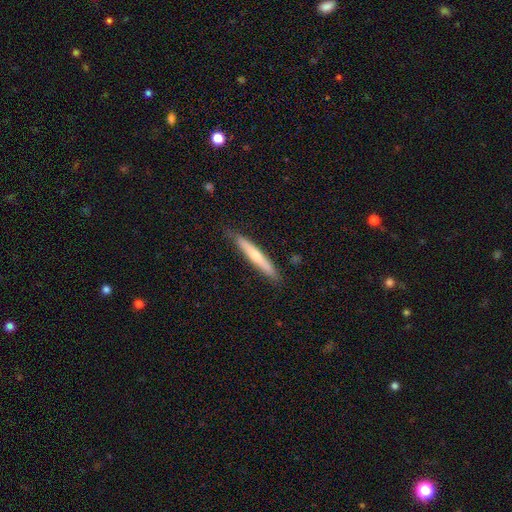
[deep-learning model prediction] The model was most divided on "smooth or featured": smooth: 52%, featured or disk: 42%, star or artifact: 6%. More confident: how rounded — cigar-shaped (94%); merging — none (86%).